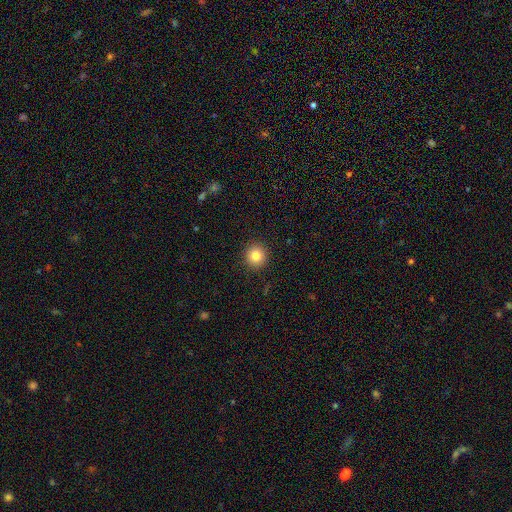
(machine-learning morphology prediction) Smooth or featured: smooth — 83% (star or artifact — 11%)
How rounded: round — 93% (in between — 6%)
Merging: none — 92% (minor disturbance — 5%)